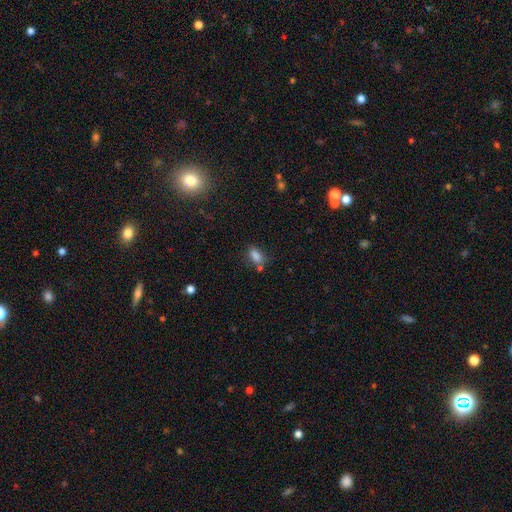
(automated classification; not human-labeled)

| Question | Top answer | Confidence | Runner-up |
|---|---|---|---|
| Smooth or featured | smooth | 82% | star or artifact (11%) |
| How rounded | in between | 85% | round (8%) |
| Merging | none | 63% | minor disturbance (18%) |